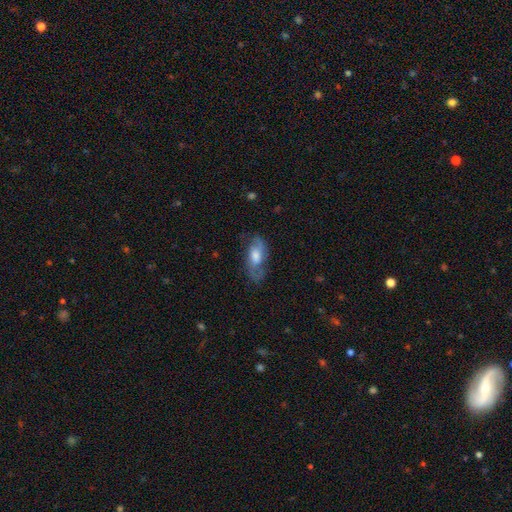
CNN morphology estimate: Q: Smooth or featured?
A: featured or disk (56%); runner-up: smooth (35%)
Q: Edge-on disk?
A: no (84%); runner-up: yes (16%)
Q: Merging?
A: none (69%); runner-up: minor disturbance (21%)